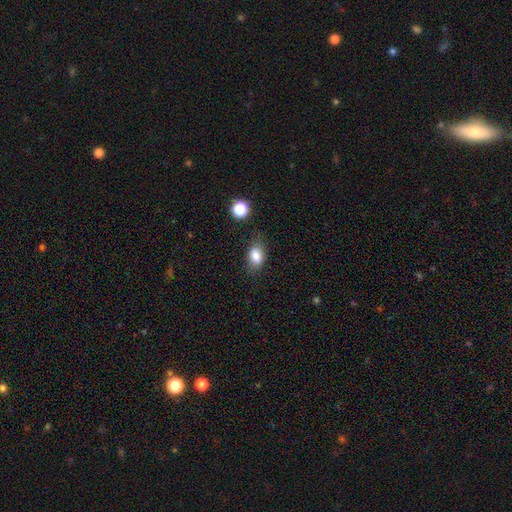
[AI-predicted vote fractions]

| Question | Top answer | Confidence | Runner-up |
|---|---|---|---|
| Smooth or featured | smooth | 81% | star or artifact (10%) |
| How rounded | in between | 79% | round (18%) |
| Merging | none | 70% | minor disturbance (21%) |